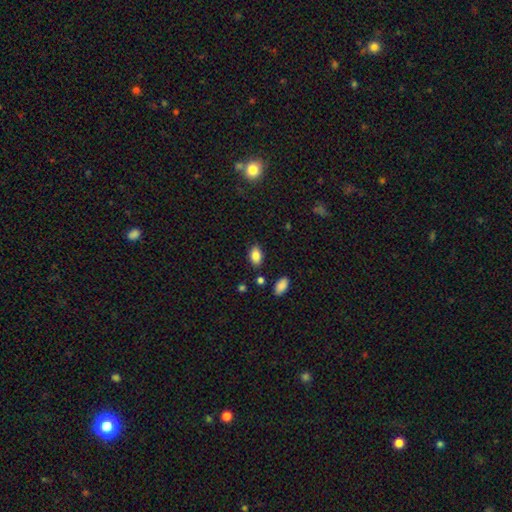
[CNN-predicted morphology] A smooth galaxy with no disk features (84%) that is in between round and cigar-shaped (90%).

Vote fractions:
- Smooth or featured? smooth: 84% / star or artifact: 8% / featured or disk: 7%
- How rounded? in between: 90% / round: 8% / cigar-shaped: 2%
- Merging? none: 84% / minor disturbance: 11% / merger: 3% / major disturbance: 2%